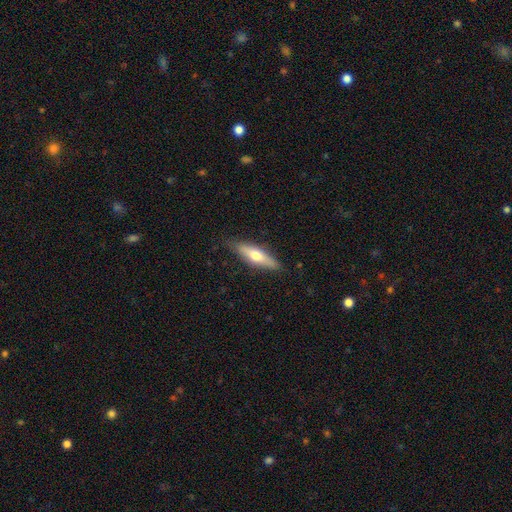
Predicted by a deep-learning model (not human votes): Smooth or featured?
  - smooth: 52% *
  - featured or disk: 42%
  - star or artifact: 6%
How rounded?
  - cigar-shaped: 65% *
  - in between: 32%
  - round: 2%
Merging?
  - none: 84% *
  - minor disturbance: 12%
  - major disturbance: 2%
  - merger: 1%